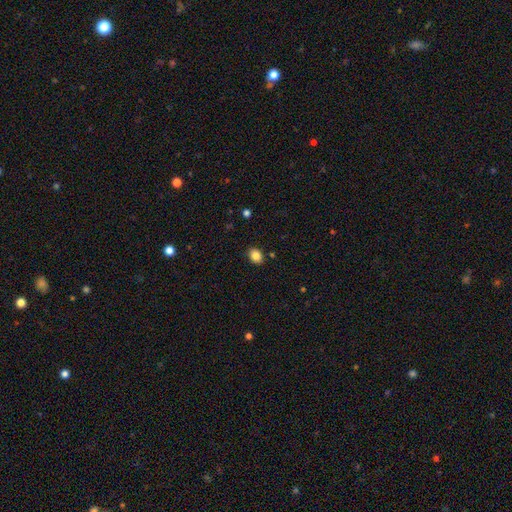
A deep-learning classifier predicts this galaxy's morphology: Smooth or featured: smooth — 85% (star or artifact — 9%)
How rounded: in between — 63% (round — 36%)
Merging: none — 87% (minor disturbance — 9%)